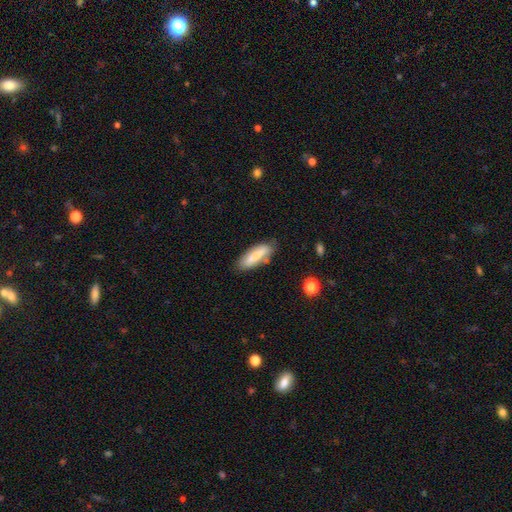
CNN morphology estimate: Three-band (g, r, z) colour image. It shows a smooth galaxy with no disk features (71%) that is in between round and cigar-shaped (50%). Merging: none (75%).